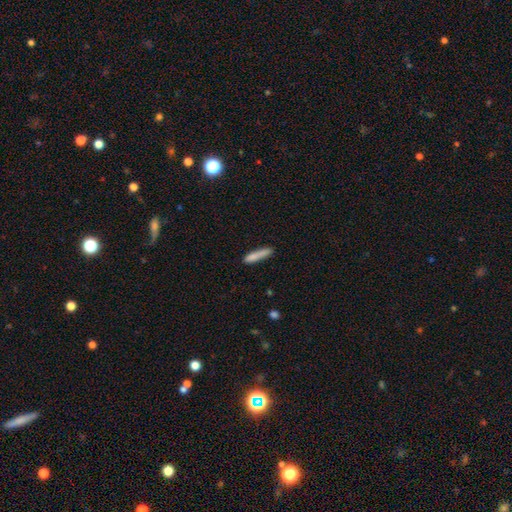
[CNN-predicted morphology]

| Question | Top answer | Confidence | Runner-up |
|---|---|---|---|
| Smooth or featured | smooth | 84% | featured or disk (9%) |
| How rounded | cigar-shaped | 88% | in between (11%) |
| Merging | none | 81% | minor disturbance (14%) |